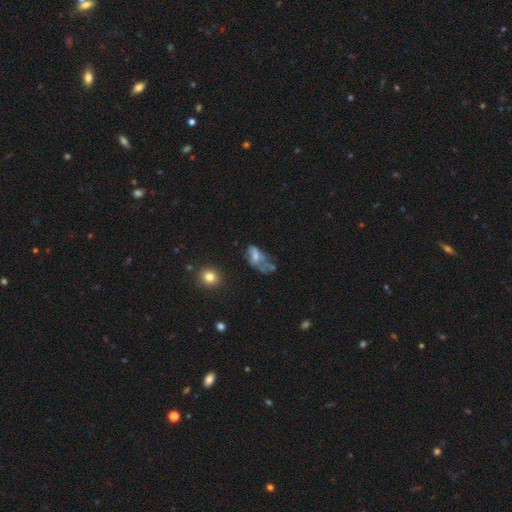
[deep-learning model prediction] This appears to be a featured or disk galaxy (44%). Merging: major disturbance (36%).